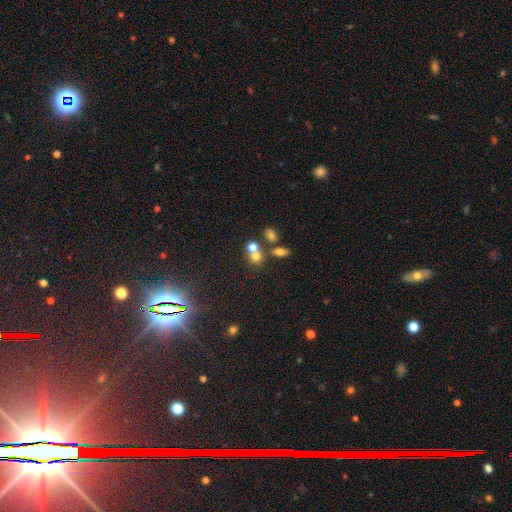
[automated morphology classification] The model was most divided on "merging": merger: 45%, none: 43%, minor disturbance: 8%, major disturbance: 4%. More confident: how rounded — round (73%); smooth or featured — smooth (68%).